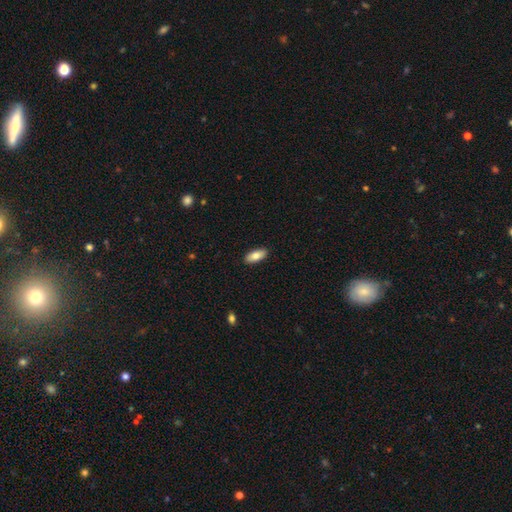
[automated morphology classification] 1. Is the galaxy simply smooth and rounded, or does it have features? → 82% smooth, 12% featured or disk, 6% star or artifact.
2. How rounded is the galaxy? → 84% in between, 14% cigar-shaped, 2% round.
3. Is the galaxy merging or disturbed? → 90% none, 7% minor disturbance, 2% major disturbance, 1% merger.